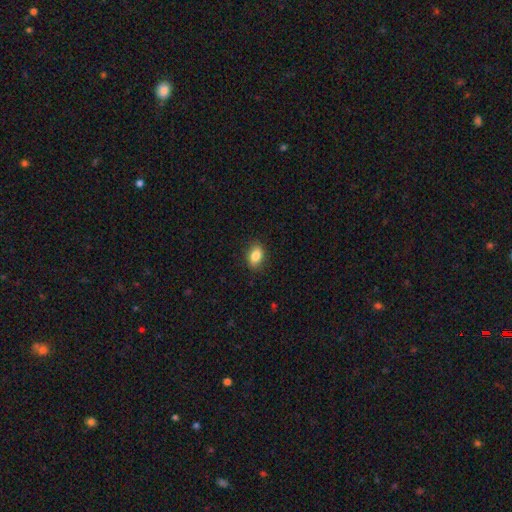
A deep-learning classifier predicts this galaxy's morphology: type=smooth (85%); roundness=in between (84%); merging=none (86%).